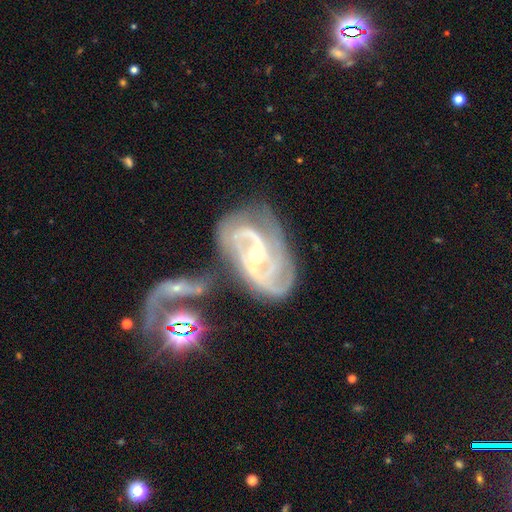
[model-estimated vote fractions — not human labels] Smooth or featured: featured or disk — 90% (star or artifact — 6%)
Edge-on disk: no — 97% (yes — 3%)
Bar: weak — 40% (no — 34%)
Spiral arms: yes — 97% (no — 3%)
Spiral winding: medium — 45% (tight — 41%)
Spiral arm count: 2 — 51% (3 — 22%)
Bulge size: moderate — 52% (small — 44%)
Merging: none — 43% (minor disturbance — 21%)